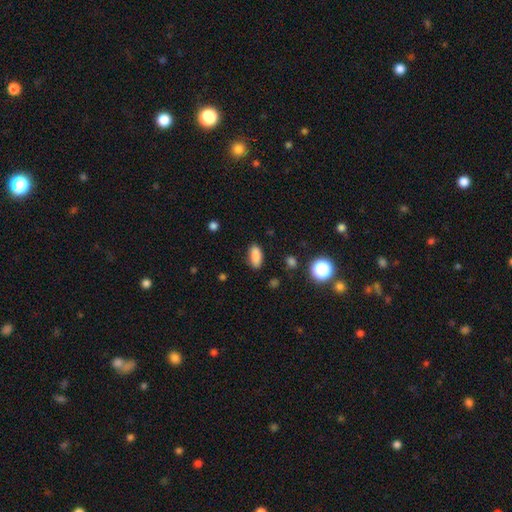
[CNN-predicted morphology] The model was most divided on "how rounded": in between: 84%, cigar-shaped: 13%, round: 4%. More confident: merging — none (86%); smooth or featured — smooth (86%).